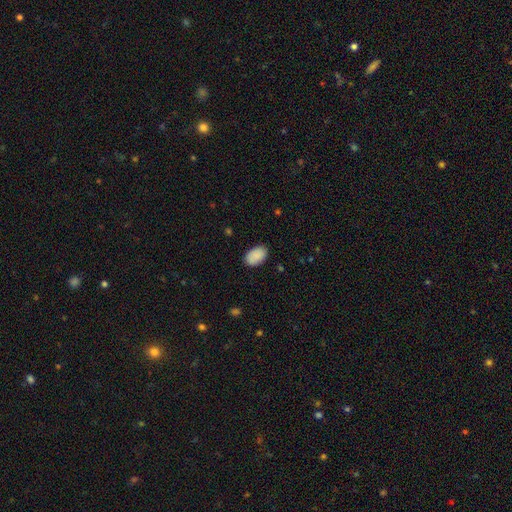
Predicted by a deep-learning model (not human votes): smooth 89%, star or artifact 6%, featured or disk 4%. Down the decision tree: how rounded — in between (92%); merging — none (85%).